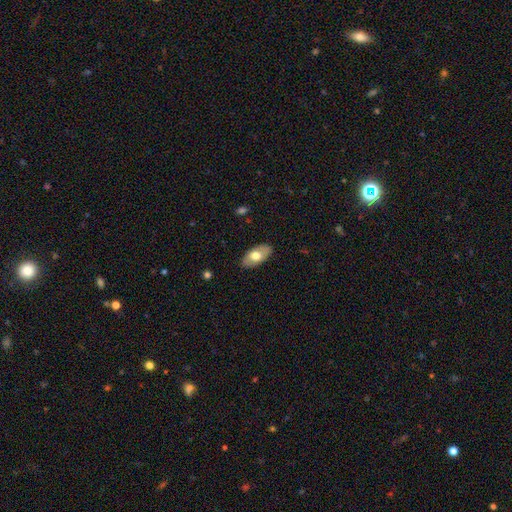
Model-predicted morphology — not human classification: type=smooth (67%); roundness=in between (94%); merging=none (86%).